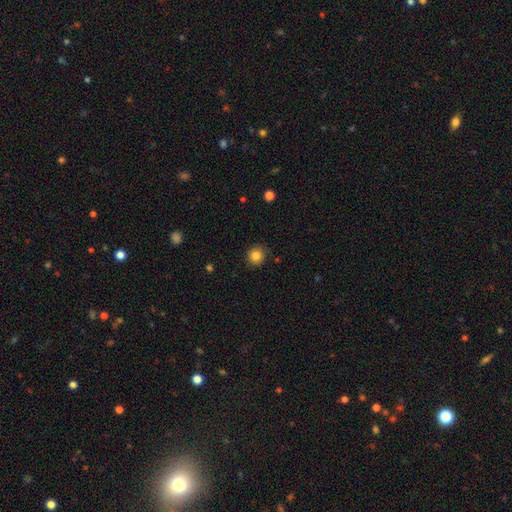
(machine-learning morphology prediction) type=smooth (84%); roundness=round (91%); merging=none (89%).